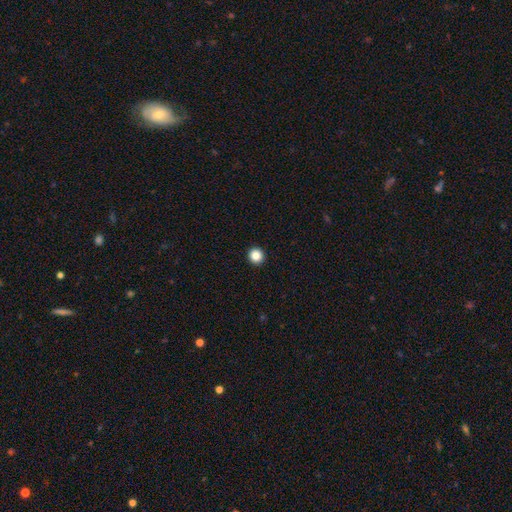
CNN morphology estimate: The model was most divided on "smooth or featured": smooth: 85%, star or artifact: 11%, featured or disk: 4%. More confident: how rounded — round (95%); merging — none (94%).